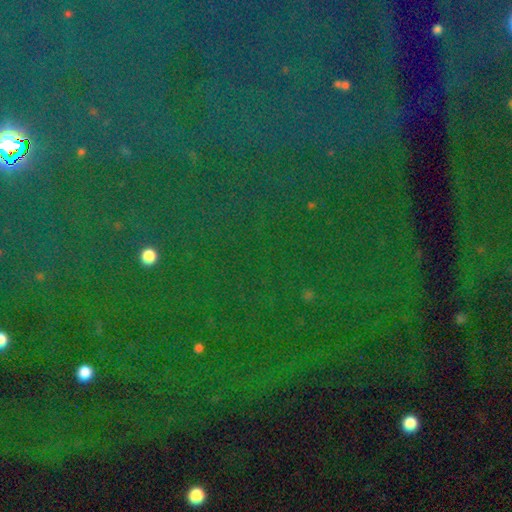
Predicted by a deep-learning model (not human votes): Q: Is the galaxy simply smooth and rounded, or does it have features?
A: star or artifact — 83%.